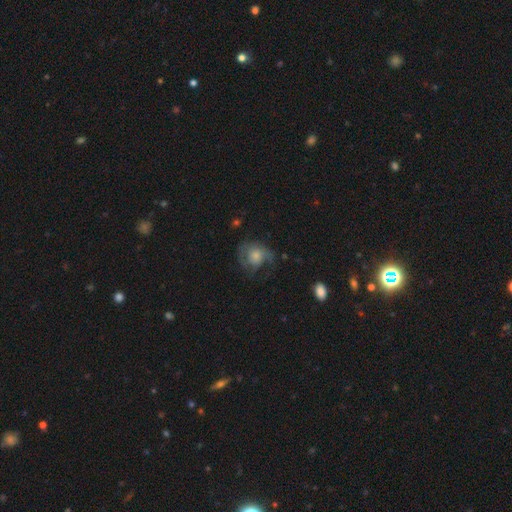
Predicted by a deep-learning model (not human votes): A featured or disk galaxy (49%). Merging: none (46%).